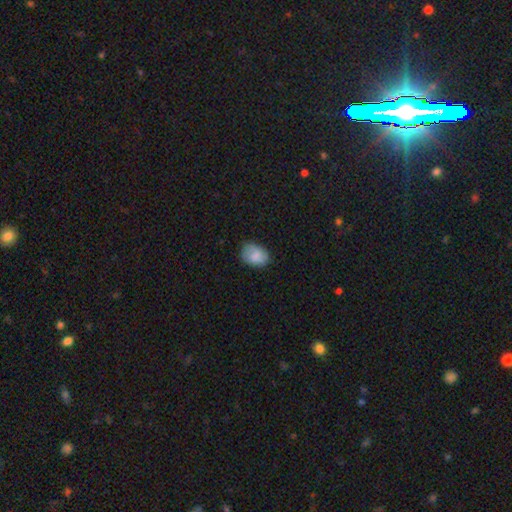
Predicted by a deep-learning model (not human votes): A smooth galaxy with no disk features (75%) that is in between round and cigar-shaped (73%). Merging: none (74%).